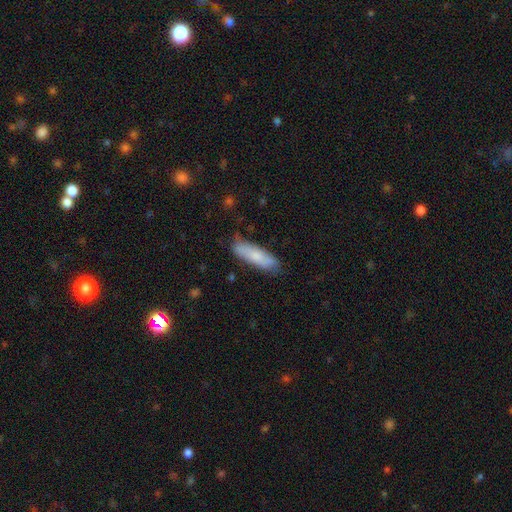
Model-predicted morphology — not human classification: smooth 76%, featured or disk 18%, star or artifact 6%. Down the decision tree: how rounded — cigar-shaped (60%); merging — none (80%).